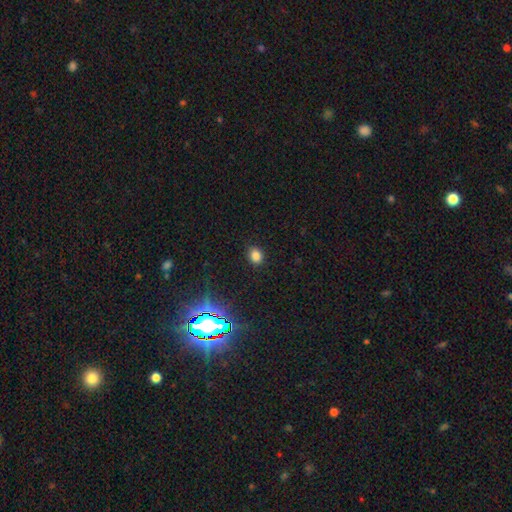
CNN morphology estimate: The model was most divided on "how rounded": round: 57%, in between: 42%, cigar-shaped: 1%. More confident: merging — none (87%); smooth or featured — smooth (80%).